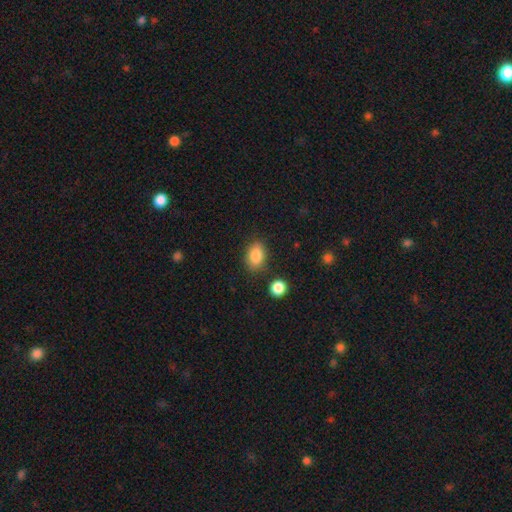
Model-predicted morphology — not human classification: Smooth or featured? smooth (87%)
How rounded? in between (82%)
Merging? none (81%)